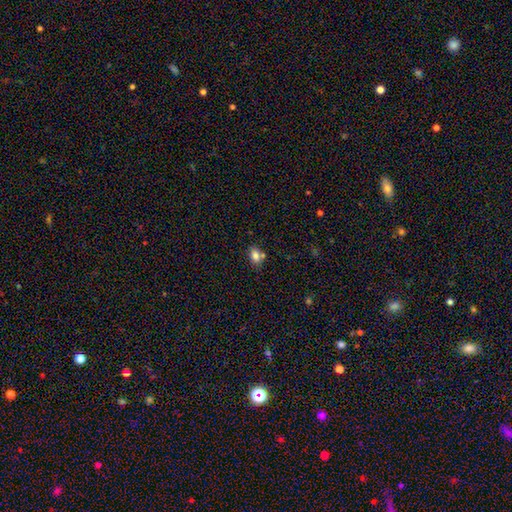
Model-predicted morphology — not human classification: smooth 81%, star or artifact 11%, featured or disk 8%. Down the decision tree: how rounded — in between (79%); merging — none (64%).